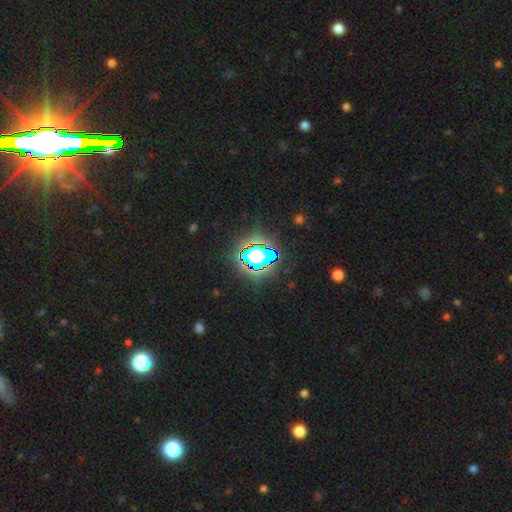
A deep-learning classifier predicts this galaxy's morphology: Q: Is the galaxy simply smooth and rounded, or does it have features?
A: star or artifact — 64%.